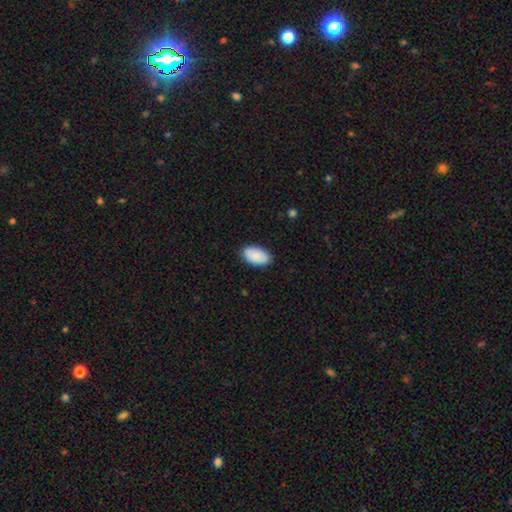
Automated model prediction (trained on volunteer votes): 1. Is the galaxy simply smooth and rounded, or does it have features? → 88% smooth, 6% featured or disk, 6% star or artifact.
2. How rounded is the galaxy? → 95% in between, 4% round, 1% cigar-shaped.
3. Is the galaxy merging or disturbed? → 86% none, 11% minor disturbance, 2% major disturbance, 1% merger.